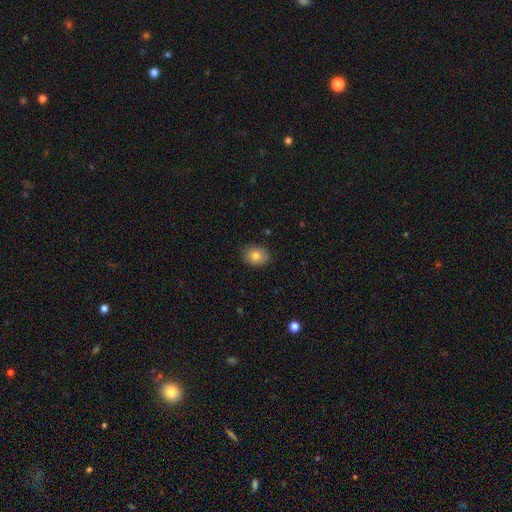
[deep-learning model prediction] A smooth galaxy with no disk features (82%) that is in between round and cigar-shaped (53%).

Vote fractions:
- Smooth or featured? smooth: 82% / featured or disk: 10% / star or artifact: 9%
- How rounded? in between: 53% / round: 46% / cigar-shaped: 1%
- Merging? none: 84% / minor disturbance: 12% / major disturbance: 2% / merger: 1%